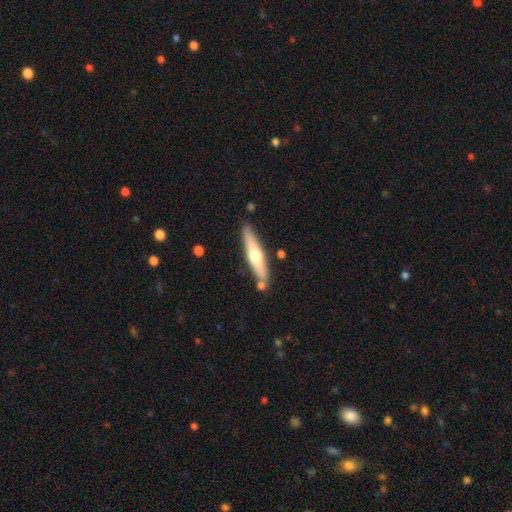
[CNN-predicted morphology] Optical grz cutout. It shows a featured or disk galaxy (48%). Merging: none (79%).